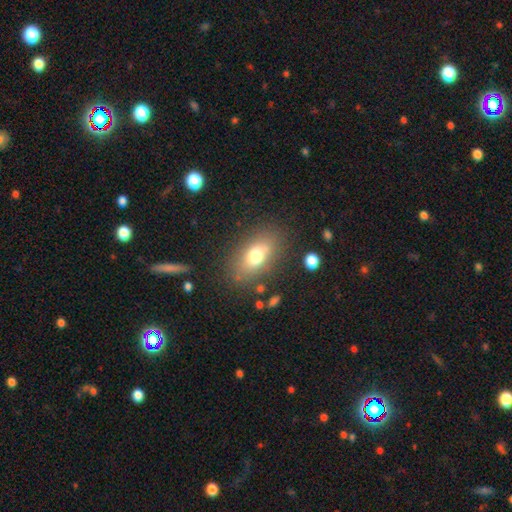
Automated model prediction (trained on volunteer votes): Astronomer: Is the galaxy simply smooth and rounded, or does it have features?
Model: smooth — 72%.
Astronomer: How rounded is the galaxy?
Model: in between — 84%.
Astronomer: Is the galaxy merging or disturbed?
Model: none — 79%.